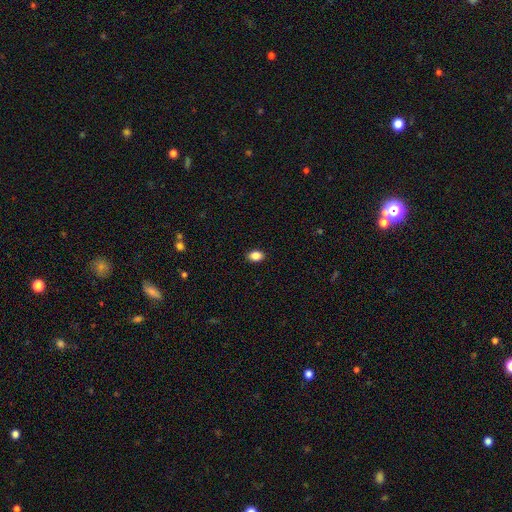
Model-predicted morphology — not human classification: This is clearly a smooth galaxy (87%). How rounded: clearly in between (82%). Merging: clearly none (90%).